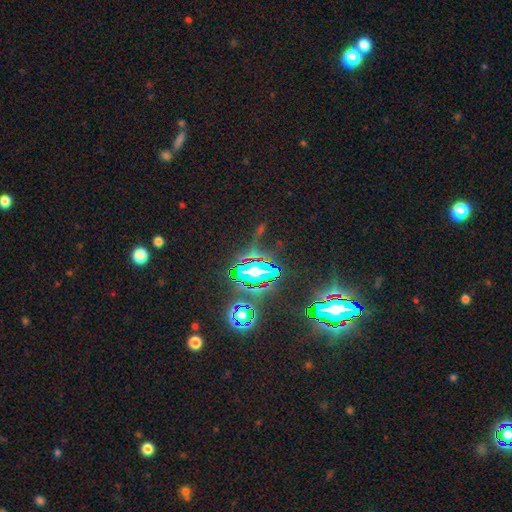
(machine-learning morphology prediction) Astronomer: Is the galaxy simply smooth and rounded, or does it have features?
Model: star or artifact — 85%.